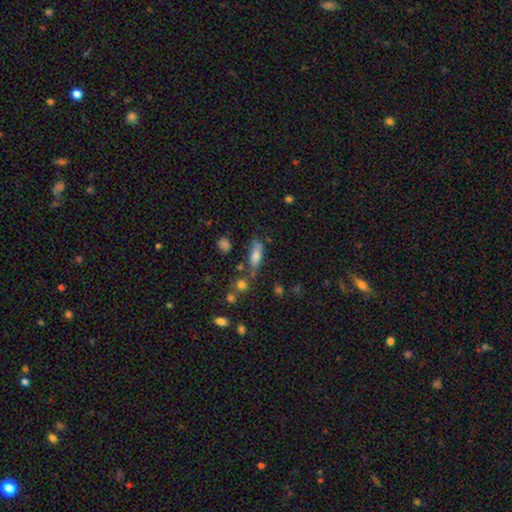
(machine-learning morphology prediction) This is likely a smooth galaxy (73%). How rounded: likely in between (66%). Merging: possibly none (58%).